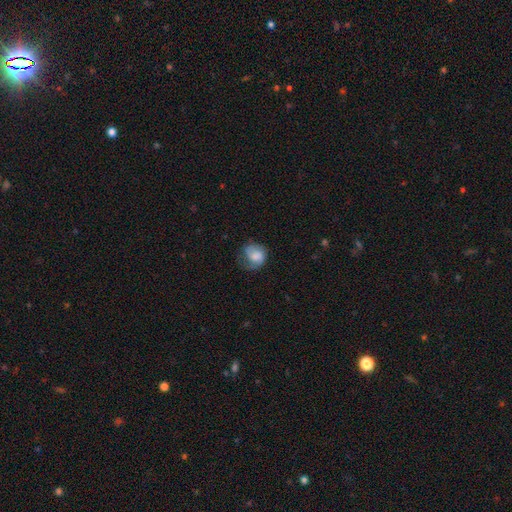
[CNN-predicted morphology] Q: Smooth or featured?
A: smooth (59%); runner-up: featured or disk (33%)
Q: How rounded?
A: round (67%); runner-up: in between (32%)
Q: Merging?
A: none (47%); runner-up: minor disturbance (30%)